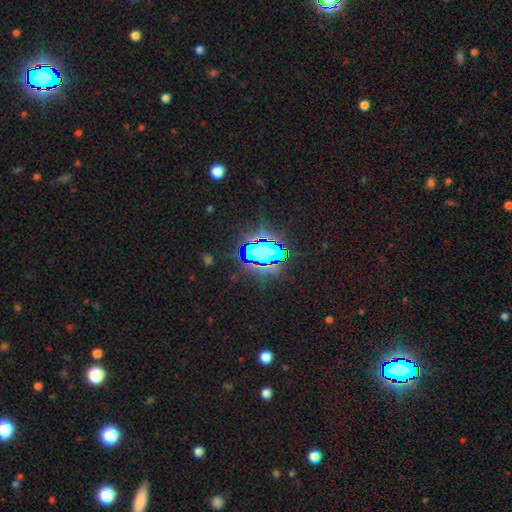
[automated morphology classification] A star or artifact, not a galaxy (69%).

Vote fractions:
- Smooth or featured? star or artifact: 69% / smooth: 19% / featured or disk: 12%